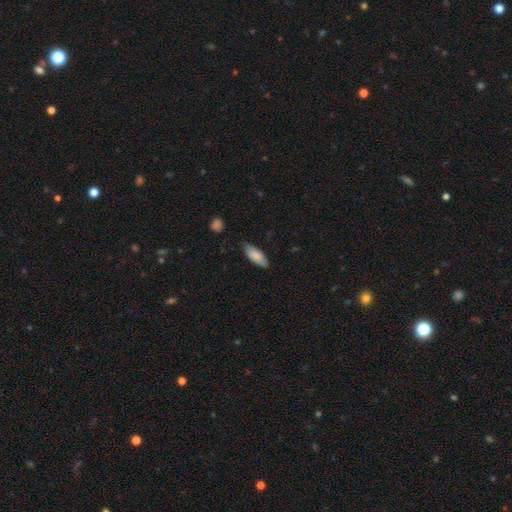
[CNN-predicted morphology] A smooth galaxy with no disk features (83%) that is in between round and cigar-shaped (78%). Merging: none (76%).